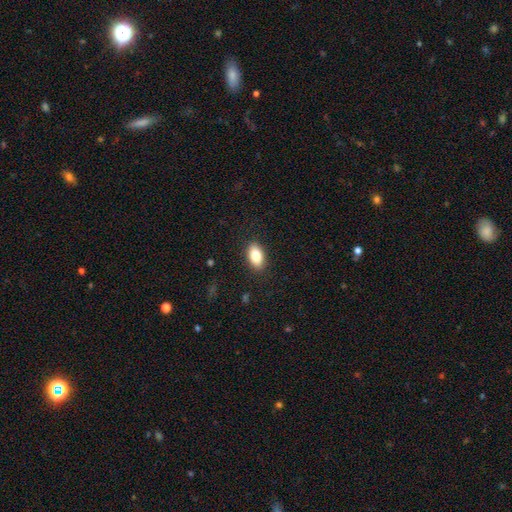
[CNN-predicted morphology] Smooth or featured? Predicted: smooth (p=0.84). How rounded? Predicted: in between (p=0.91). Merging? Predicted: none (p=0.88).